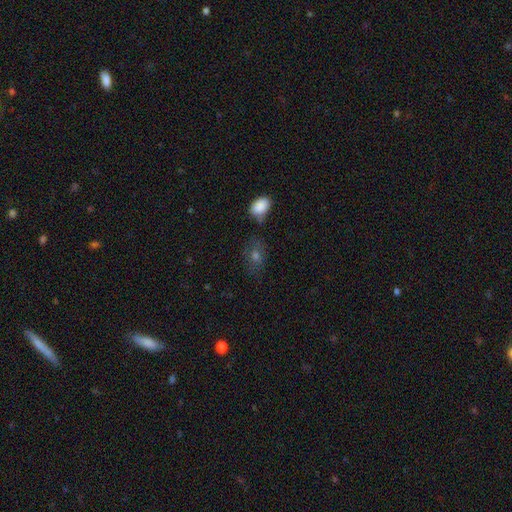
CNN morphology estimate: Smooth or featured? smooth (63%)
How rounded? in between (68%)
Merging? none (70%)